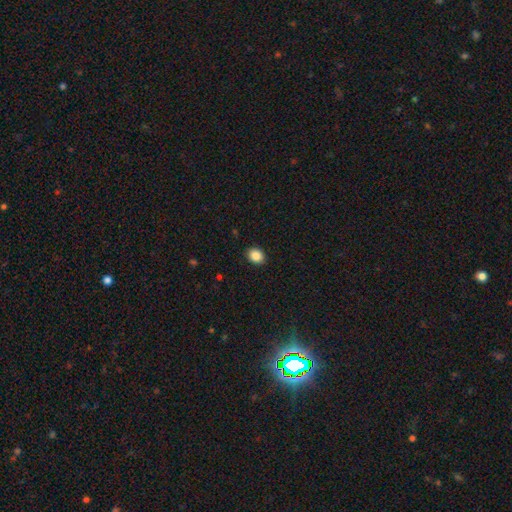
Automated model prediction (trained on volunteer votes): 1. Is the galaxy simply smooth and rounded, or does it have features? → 87% smooth, 9% star or artifact, 4% featured or disk.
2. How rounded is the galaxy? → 53% in between, 46% round, 1% cigar-shaped.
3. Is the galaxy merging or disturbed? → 91% none, 7% minor disturbance, 2% major disturbance, 1% merger.